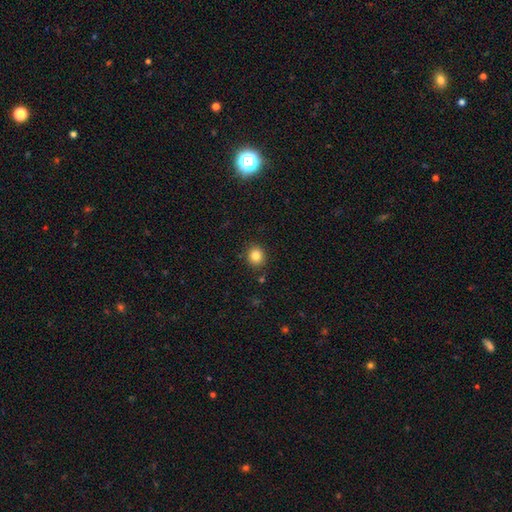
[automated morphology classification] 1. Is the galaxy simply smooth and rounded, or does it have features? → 83% smooth, 11% star or artifact, 6% featured or disk.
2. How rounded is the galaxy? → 86% round, 13% in between, 1% cigar-shaped.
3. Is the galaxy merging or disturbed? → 89% none, 7% minor disturbance, 2% major disturbance, 2% merger.